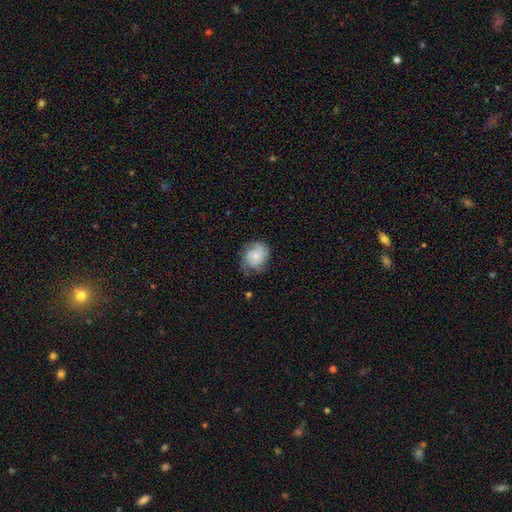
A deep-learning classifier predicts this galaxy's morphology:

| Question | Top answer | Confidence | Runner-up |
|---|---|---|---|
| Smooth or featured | featured or disk | 59% | smooth (33%) |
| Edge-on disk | no | 98% | yes (2%) |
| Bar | no | 76% | weak (21%) |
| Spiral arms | yes | 89% | no (11%) |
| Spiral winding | tight | 46% | medium (38%) |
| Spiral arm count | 2 | 29% | 3 (28%) |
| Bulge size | small | 65% | moderate (27%) |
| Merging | none | 65% | minor disturbance (23%) |